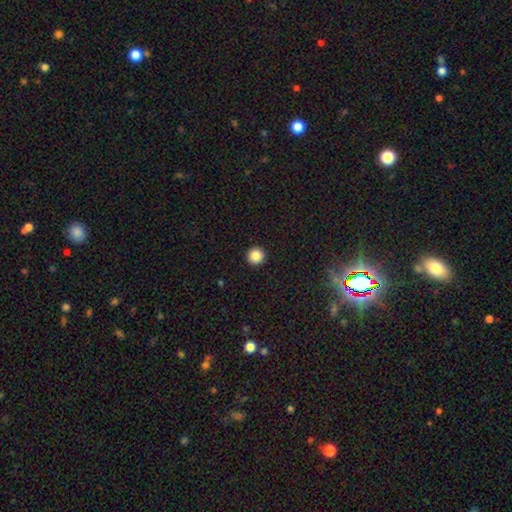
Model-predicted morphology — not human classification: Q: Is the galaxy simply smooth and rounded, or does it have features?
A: smooth — 87%.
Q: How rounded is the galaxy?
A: round — 96%.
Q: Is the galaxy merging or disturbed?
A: none — 94%.